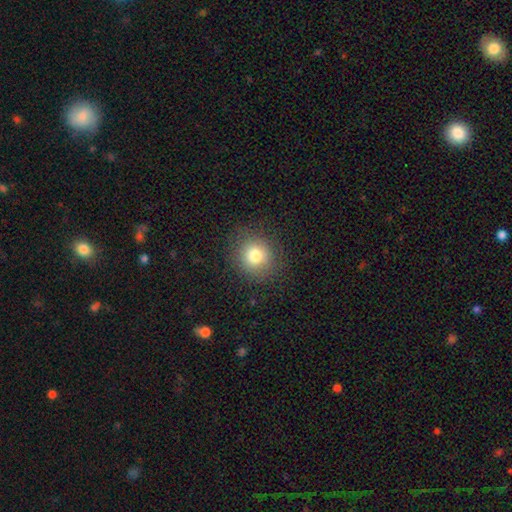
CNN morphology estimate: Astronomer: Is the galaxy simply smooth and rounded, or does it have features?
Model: smooth — 78%.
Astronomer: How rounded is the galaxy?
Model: round — 89%.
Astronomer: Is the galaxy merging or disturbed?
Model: none — 87%.